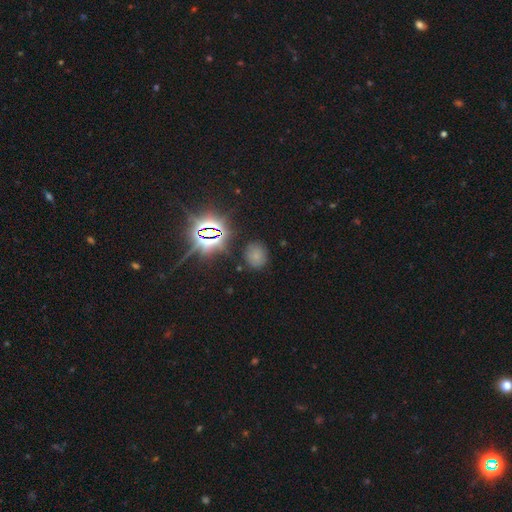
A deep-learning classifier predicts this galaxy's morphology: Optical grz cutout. It shows a smooth galaxy with no disk features (62%) that is round (70%). Merging: none (82%).